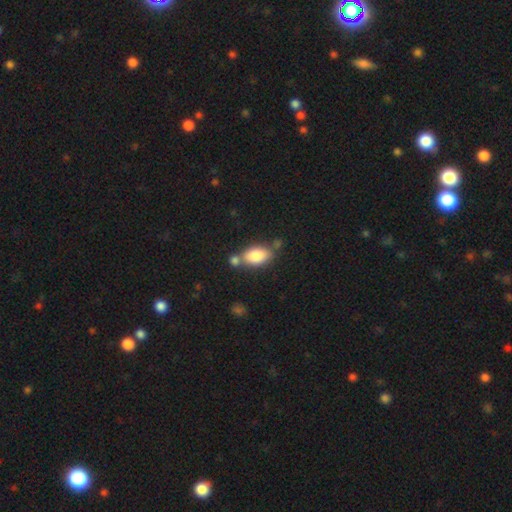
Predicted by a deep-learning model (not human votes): The model was most divided on "merging": none: 55%, merger: 27%, minor disturbance: 14%, major disturbance: 4%. More confident: how rounded — in between (90%); smooth or featured — smooth (82%).